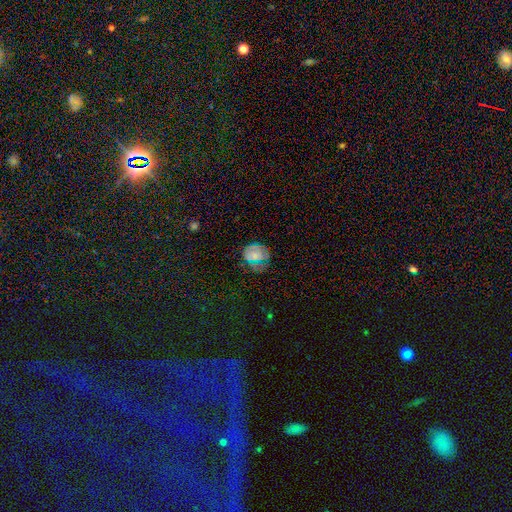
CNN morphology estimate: This appears to be a smooth galaxy with no disk features (57%) that is round (62%). Merging: none (51%).